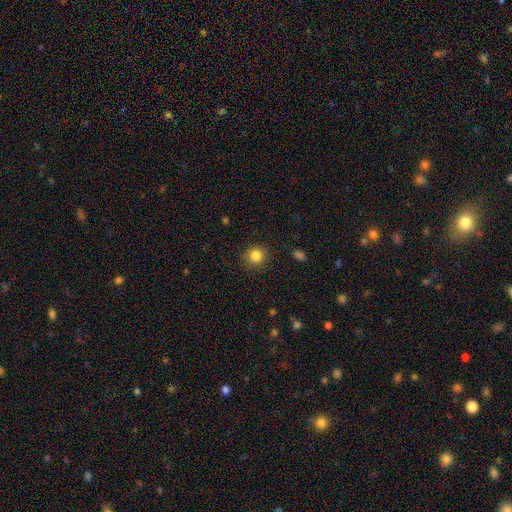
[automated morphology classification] Smooth or featured? smooth (85%)
How rounded? round (90%)
Merging? none (88%)